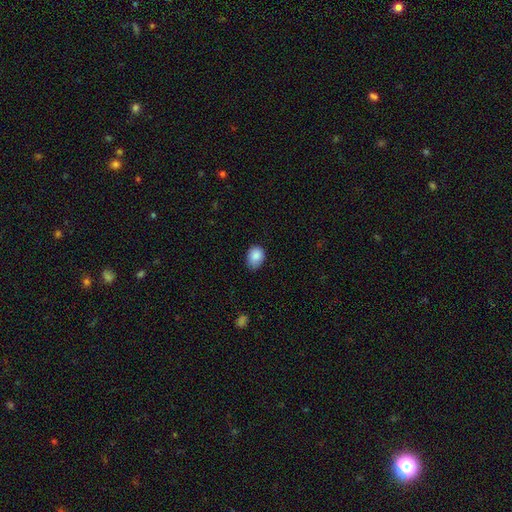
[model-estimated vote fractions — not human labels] A smooth galaxy with no disk features (86%) that is in between round and cigar-shaped (64%).

Vote fractions:
- Smooth or featured? smooth: 86% / star or artifact: 8% / featured or disk: 5%
- How rounded? in between: 64% / round: 35% / cigar-shaped: 1%
- Merging? none: 66% / minor disturbance: 29% / major disturbance: 4% / merger: 1%